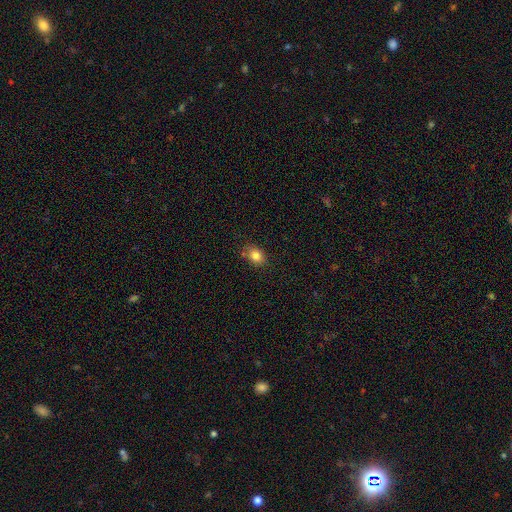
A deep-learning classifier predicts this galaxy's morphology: Smooth or featured? smooth (83%)
How rounded? in between (66%)
Merging? none (79%)